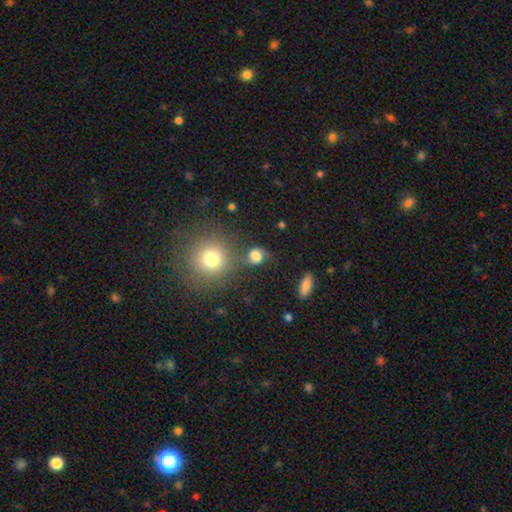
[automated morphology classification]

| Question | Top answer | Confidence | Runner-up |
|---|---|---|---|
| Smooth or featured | smooth | 69% | star or artifact (15%) |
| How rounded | round | 69% | in between (29%) |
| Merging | none | 53% | minor disturbance (19%) |